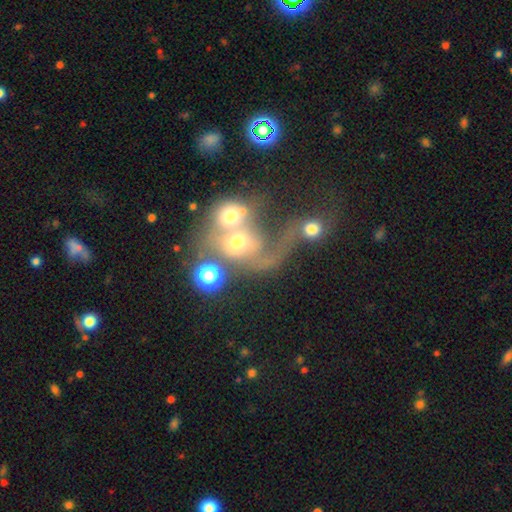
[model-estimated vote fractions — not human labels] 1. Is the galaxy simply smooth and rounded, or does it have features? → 55% featured or disk, 30% smooth, 14% star or artifact.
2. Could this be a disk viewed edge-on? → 96% no, 4% yes.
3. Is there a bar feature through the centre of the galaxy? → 77% no, 18% weak, 6% strong.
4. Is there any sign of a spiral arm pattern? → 55% yes, 45% no.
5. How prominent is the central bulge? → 52% moderate, 24% small, 12% large, 8% none, 4% dominant.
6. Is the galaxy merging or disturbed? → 74% merger, 13% major disturbance, 9% none, 4% minor disturbance.